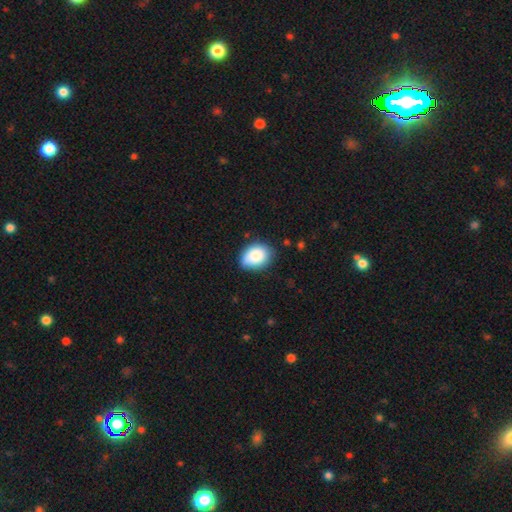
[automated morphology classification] This is clearly a smooth galaxy (86%). How rounded: likely in between (73%). Merging: likely none (77%).